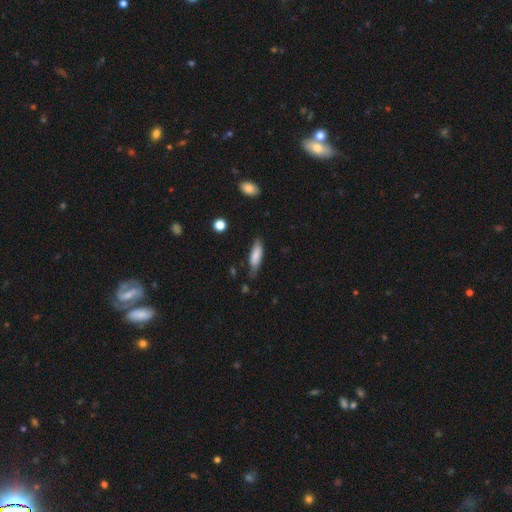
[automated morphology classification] This is clearly a smooth galaxy (81%). How rounded: possibly cigar-shaped (51%). Merging: likely none (66%).